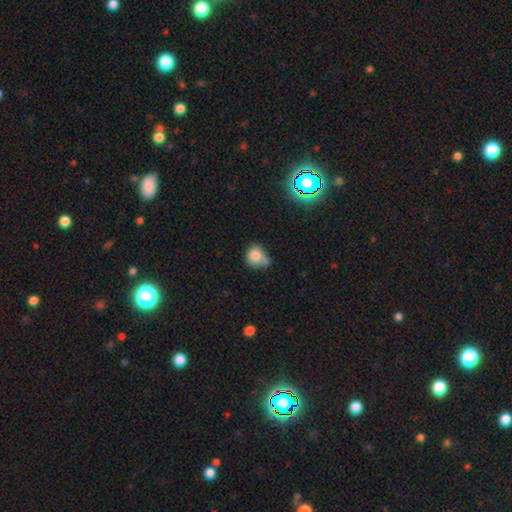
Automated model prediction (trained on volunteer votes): Overall: smooth (80%). How rounded: round (80%). Merging: none (43%; merger 32%).